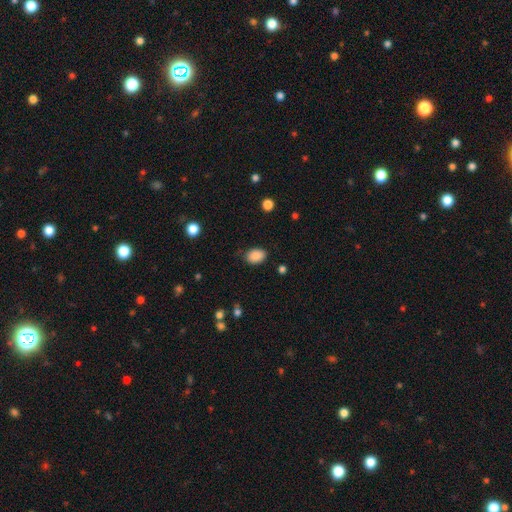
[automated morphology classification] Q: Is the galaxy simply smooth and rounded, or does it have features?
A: smooth — 88%.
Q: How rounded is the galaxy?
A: in between — 80%.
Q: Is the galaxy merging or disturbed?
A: none — 81%.